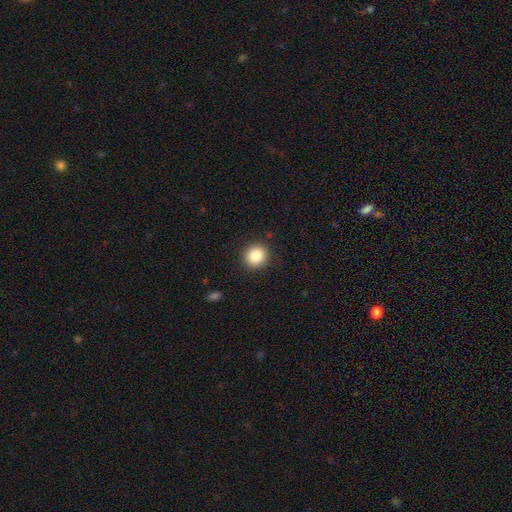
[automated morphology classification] This is clearly a smooth galaxy (85%). How rounded: clearly round (89%). Merging: clearly none (91%).